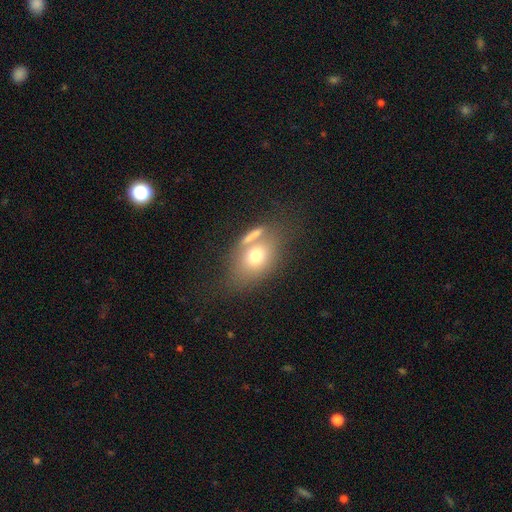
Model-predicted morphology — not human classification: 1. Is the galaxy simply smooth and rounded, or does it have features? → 70% smooth, 20% featured or disk, 10% star or artifact.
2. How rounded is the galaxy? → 66% in between, 31% round, 3% cigar-shaped.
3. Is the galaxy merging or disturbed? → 49% none, 27% merger, 15% minor disturbance, 9% major disturbance.